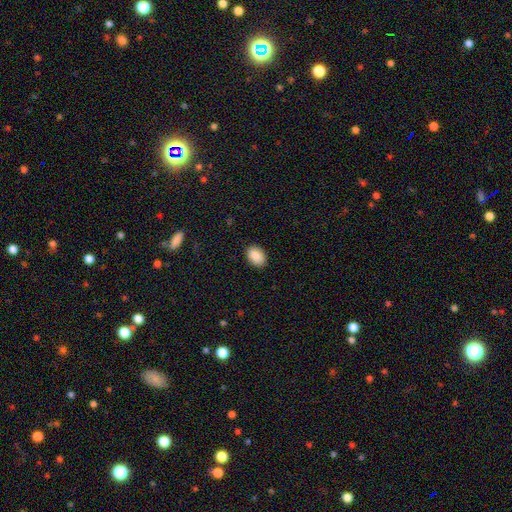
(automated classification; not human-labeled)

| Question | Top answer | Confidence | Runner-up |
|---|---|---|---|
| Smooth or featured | smooth | 89% | star or artifact (7%) |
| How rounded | in between | 82% | round (17%) |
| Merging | none | 90% | minor disturbance (7%) |